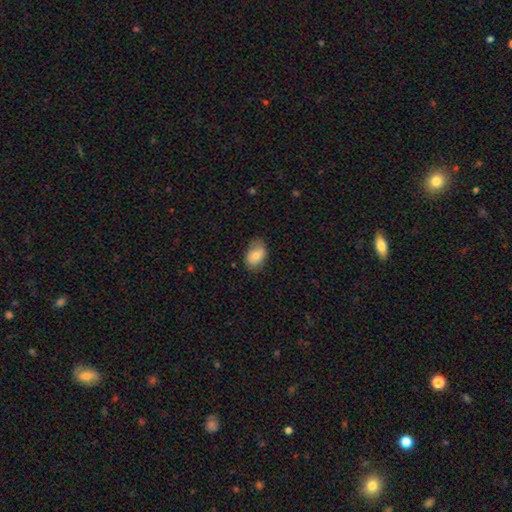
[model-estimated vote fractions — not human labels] A smooth galaxy with no disk features (78%) that is in between round and cigar-shaped (87%). Merging: none (70%).